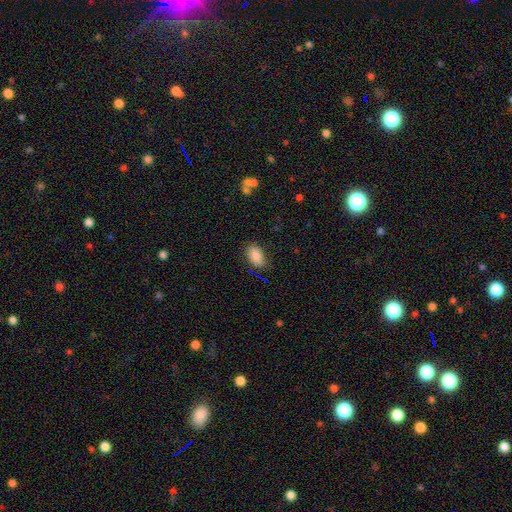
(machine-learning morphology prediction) This is clearly a smooth galaxy (84%). How rounded: clearly in between (90%). Merging: likely none (74%).